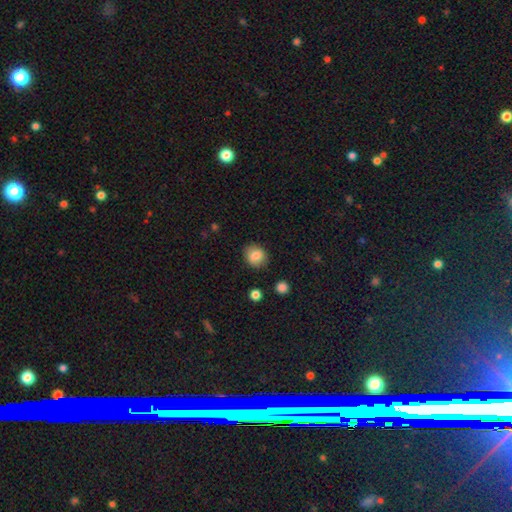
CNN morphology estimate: Overall: smooth (82%). How rounded: round (73%). Merging: none (85%).